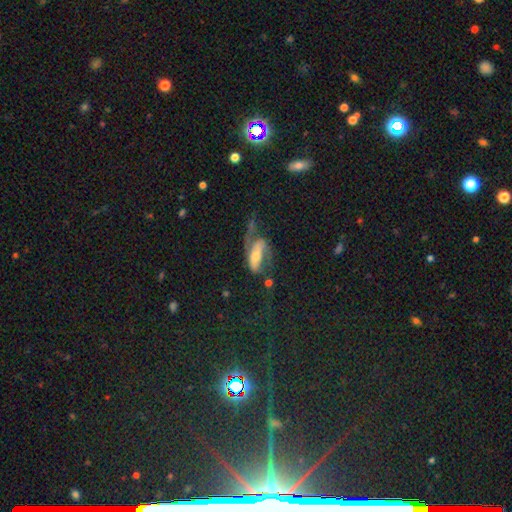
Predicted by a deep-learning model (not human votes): This appears to be a featured or disk galaxy (61%) with no bar (38%), spiral arms (73%) and a moderate central bulge (43%). Merging: major disturbance (46%).